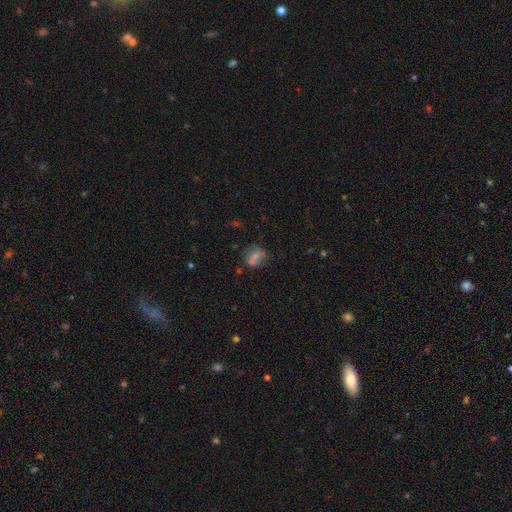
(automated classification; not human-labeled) smooth 56%, star or artifact 25%, featured or disk 19%. Down the decision tree: how rounded — round (67%); merging — none (64%).